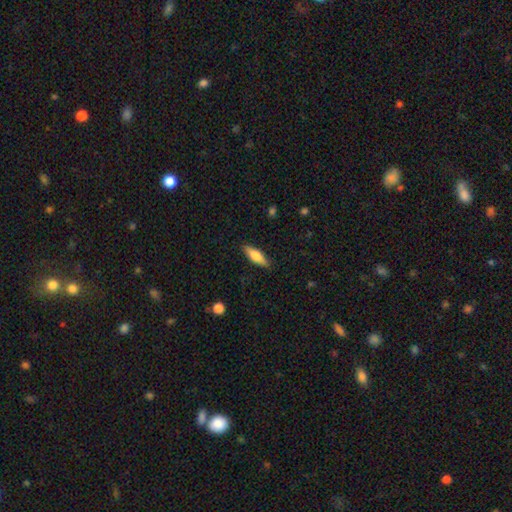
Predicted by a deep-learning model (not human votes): Q: Smooth or featured?
A: smooth (62%); runner-up: featured or disk (32%)
Q: How rounded?
A: in between (50%); runner-up: cigar-shaped (47%)
Q: Merging?
A: none (87%); runner-up: minor disturbance (10%)